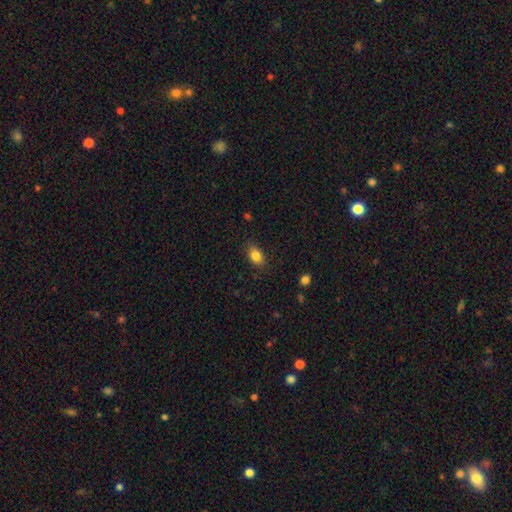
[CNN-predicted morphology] Smooth or featured?
  - smooth: 85% *
  - star or artifact: 9%
  - featured or disk: 6%
How rounded?
  - in between: 81% *
  - round: 17%
  - cigar-shaped: 2%
Merging?
  - none: 84% *
  - minor disturbance: 12%
  - major disturbance: 3%
  - merger: 1%